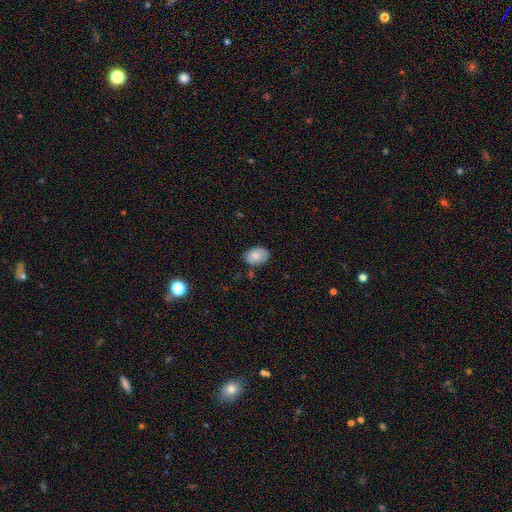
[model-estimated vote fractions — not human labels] This is clearly a smooth galaxy (80%). How rounded: clearly in between (84%). Merging: likely none (71%).